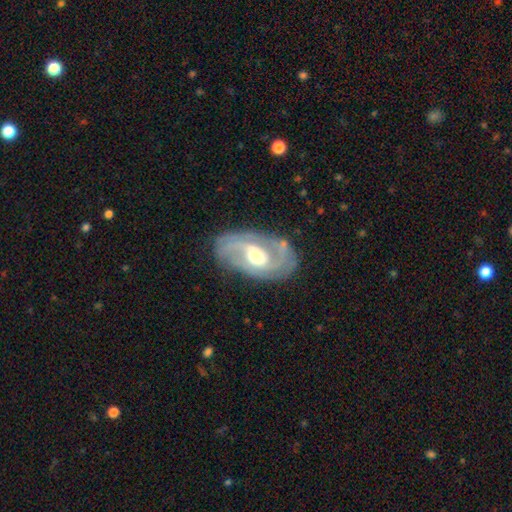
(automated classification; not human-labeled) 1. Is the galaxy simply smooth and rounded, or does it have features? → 85% featured or disk, 10% smooth, 5% star or artifact.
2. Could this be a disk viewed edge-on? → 96% no, 4% yes.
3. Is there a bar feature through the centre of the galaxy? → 43% weak, 42% no, 14% strong.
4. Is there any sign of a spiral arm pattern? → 94% yes, 6% no.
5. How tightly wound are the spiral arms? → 46% medium, 40% tight, 15% loose.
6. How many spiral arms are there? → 73% 2, 11% can't tell, 8% 3, 3% 1, 2% 4, 2% more than 4.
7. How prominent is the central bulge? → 62% moderate, 21% large, 14% small, 2% dominant, 2% none.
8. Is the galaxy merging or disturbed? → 76% none, 16% minor disturbance, 7% major disturbance, 2% merger.